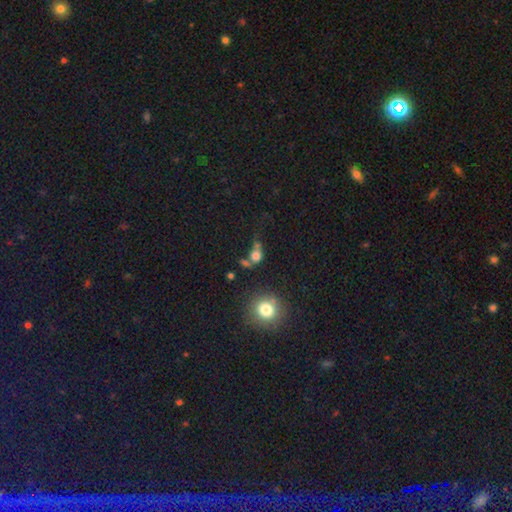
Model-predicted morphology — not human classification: type=smooth (70%); roundness=round (58%); merging=merger (35%).